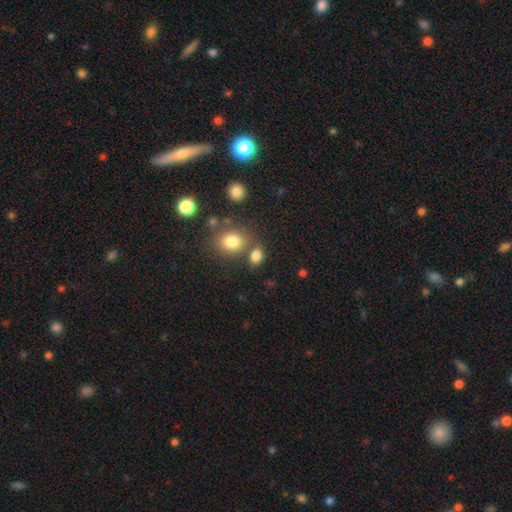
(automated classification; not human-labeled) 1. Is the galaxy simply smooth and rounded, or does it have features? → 81% smooth, 12% star or artifact, 6% featured or disk.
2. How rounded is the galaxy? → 68% in between, 30% round, 2% cigar-shaped.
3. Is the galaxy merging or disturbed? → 63% none, 21% merger, 12% minor disturbance, 4% major disturbance.